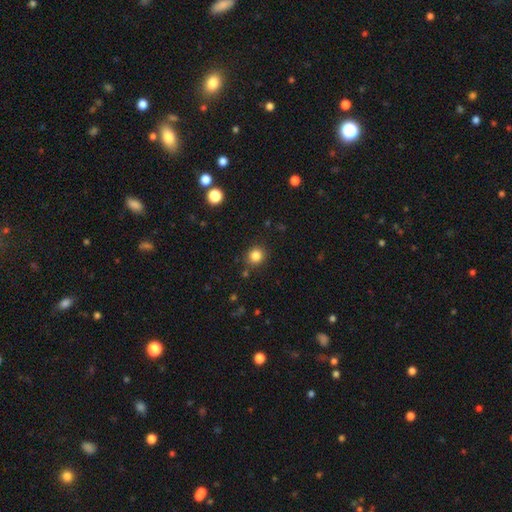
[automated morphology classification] smooth_or_featured: smooth (p=0.83) [alt: star or artifact p=0.12]
how_rounded: round (p=0.84) [alt: in between p=0.15]
merging: none (p=0.86) [alt: minor disturbance p=0.09]